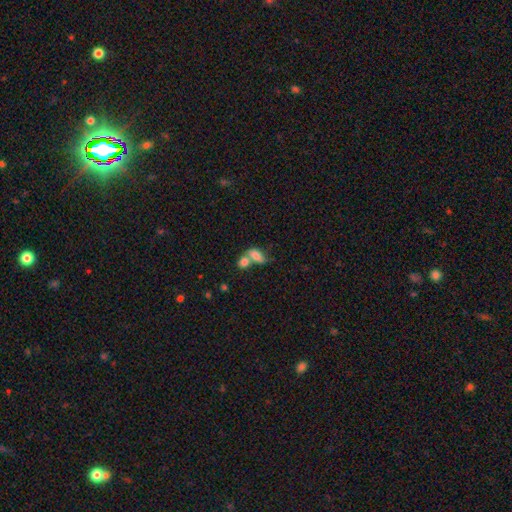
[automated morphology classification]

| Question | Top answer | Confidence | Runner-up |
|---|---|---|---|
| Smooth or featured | smooth | 72% | featured or disk (18%) |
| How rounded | in between | 81% | round (12%) |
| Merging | merger | 66% | none (18%) |